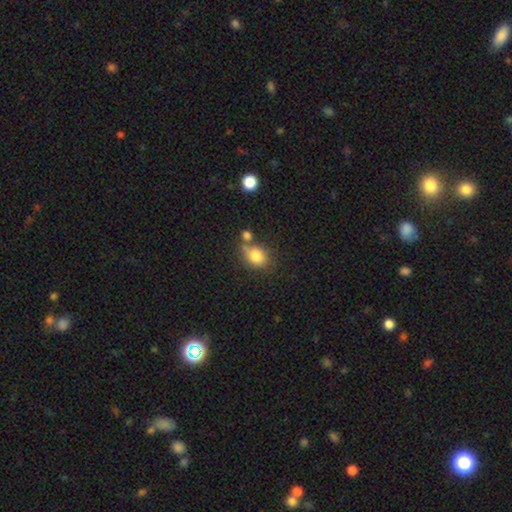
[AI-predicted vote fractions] Smooth or featured? smooth (82%)
How rounded? in between (54%)
Merging? none (51%)